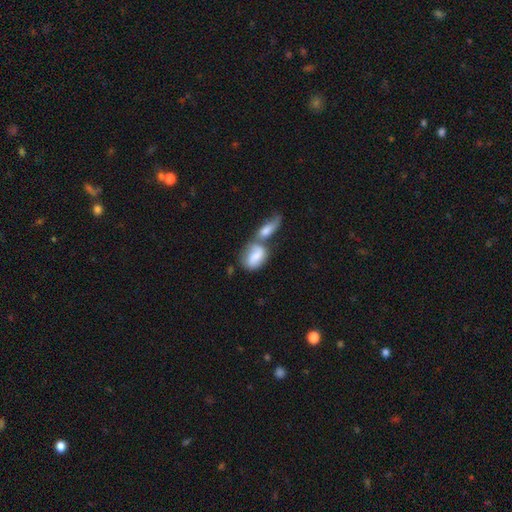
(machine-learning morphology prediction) type=smooth (62%); roundness=in between (80%); merging=merger (63%).